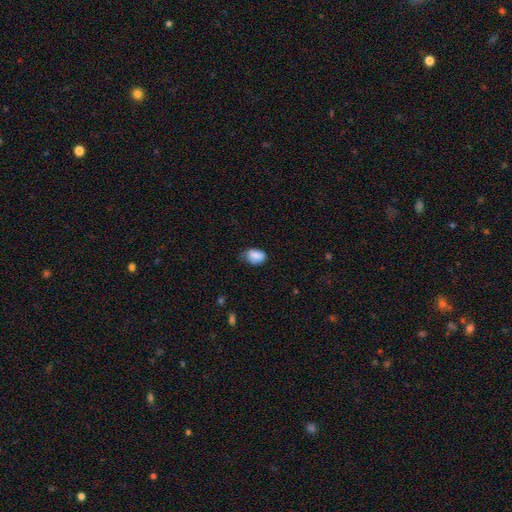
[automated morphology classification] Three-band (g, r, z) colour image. It shows a smooth galaxy with no disk features (84%) that is in between round and cigar-shaped (81%). Merging: none (50%).